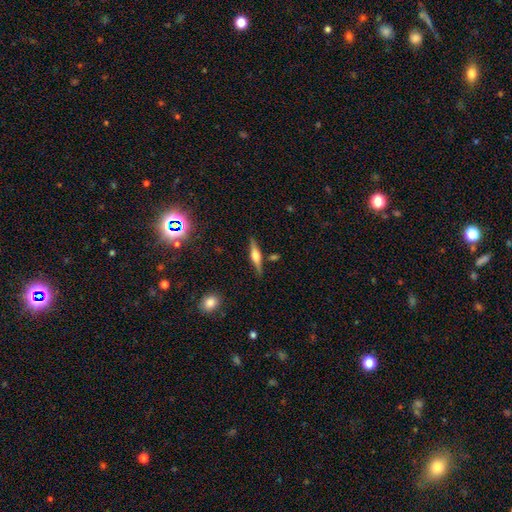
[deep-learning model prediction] featured or disk 65%, smooth 28%, star or artifact 7%. Down the decision tree: edge-on disk — yes (96%); edge-on bulge — rounded (88%); merging — none (84%).